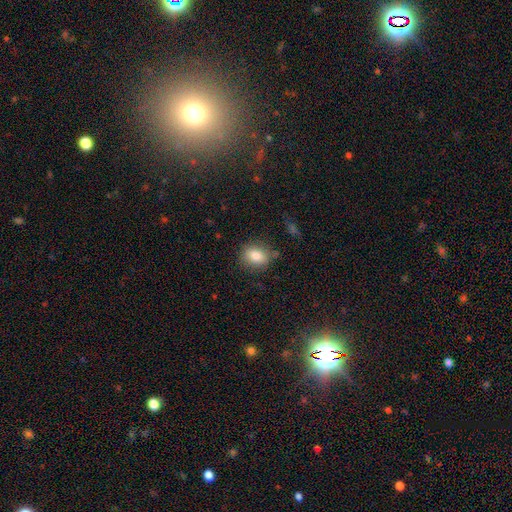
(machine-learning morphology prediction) Smooth or featured: smooth — 82% (star or artifact — 9%)
How rounded: in between — 55% (round — 44%)
Merging: none — 79% (minor disturbance — 14%)